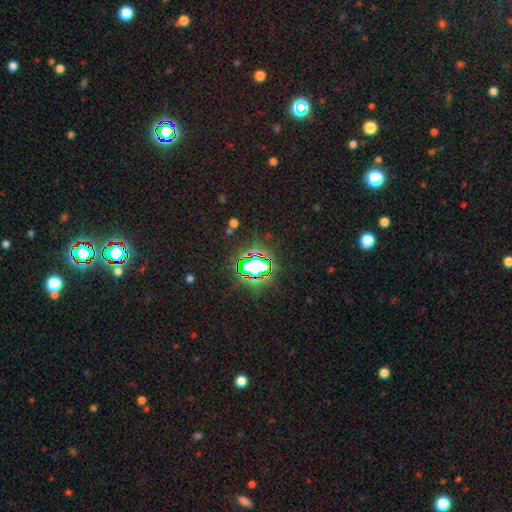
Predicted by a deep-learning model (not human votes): Smooth or featured? star or artifact (81%)